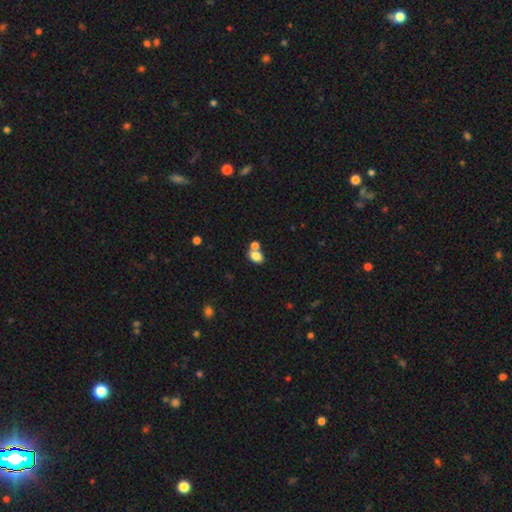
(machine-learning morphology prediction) This is clearly a smooth galaxy (81%). How rounded: likely in between (72%). Merging: possibly none (49%).